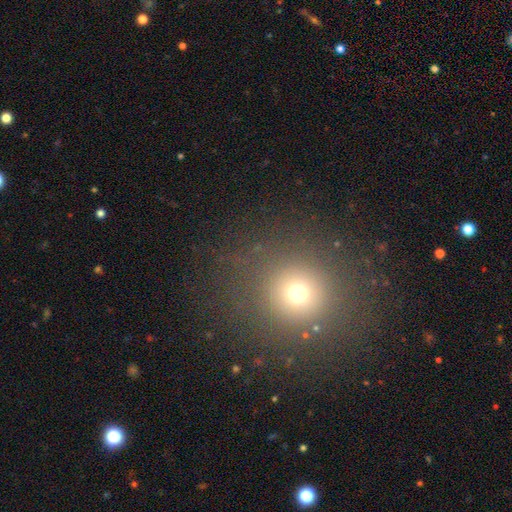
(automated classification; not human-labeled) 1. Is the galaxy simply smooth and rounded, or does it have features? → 62% smooth, 30% star or artifact, 9% featured or disk.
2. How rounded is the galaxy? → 90% round, 9% in between, 1% cigar-shaped.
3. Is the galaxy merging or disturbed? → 89% none, 6% minor disturbance, 3% major disturbance, 1% merger.